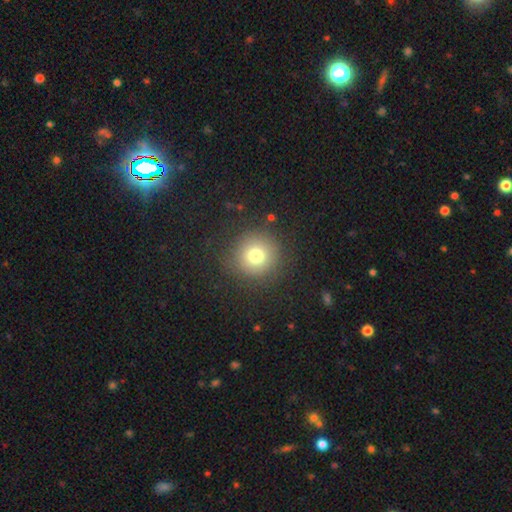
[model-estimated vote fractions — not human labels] Overall: smooth (74%). How rounded: round (94%). Merging: none (86%).